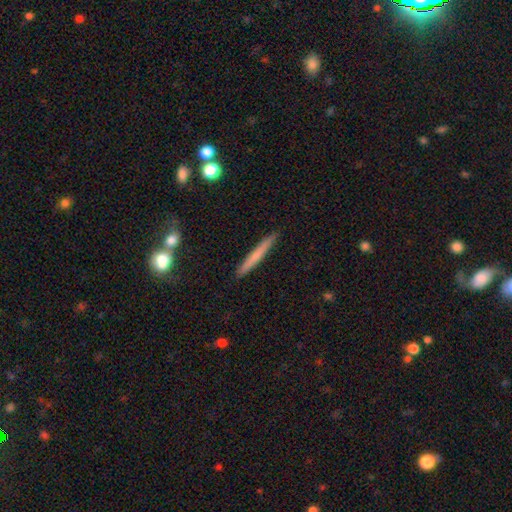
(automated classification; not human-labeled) Smooth or featured: smooth — 63% (featured or disk — 31%)
How rounded: cigar-shaped — 96% (in between — 2%)
Merging: none — 90% (minor disturbance — 6%)